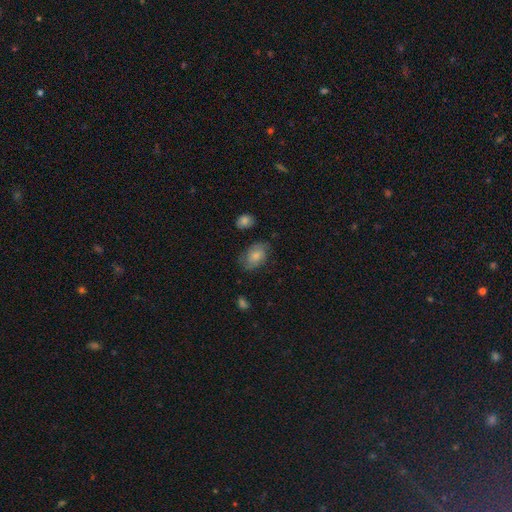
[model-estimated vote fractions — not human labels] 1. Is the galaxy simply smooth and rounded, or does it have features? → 69% smooth, 23% featured or disk, 8% star or artifact.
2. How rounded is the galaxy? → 84% in between, 15% round, 1% cigar-shaped.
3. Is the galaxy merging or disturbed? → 67% none, 23% minor disturbance, 8% major disturbance, 2% merger.